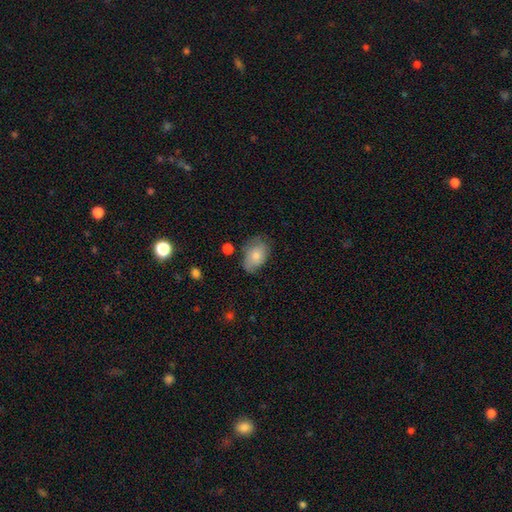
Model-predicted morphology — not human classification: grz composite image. It shows a smooth galaxy with no disk features (75%) that is in between round and cigar-shaped (85%). Merging: none (60%).